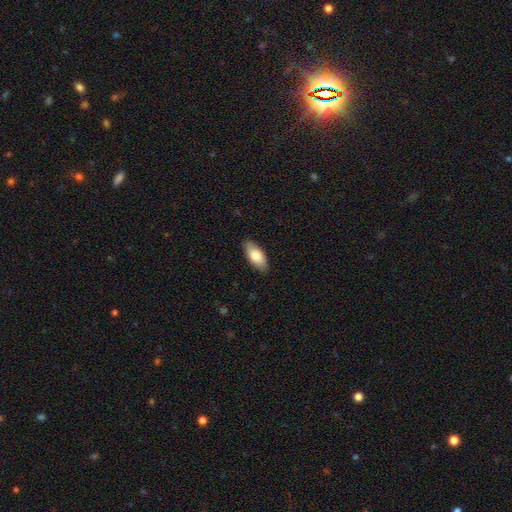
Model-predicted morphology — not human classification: The model was most divided on "smooth or featured": smooth: 81%, featured or disk: 13%, star or artifact: 6%. More confident: merging — none (87%); how rounded — in between (86%).